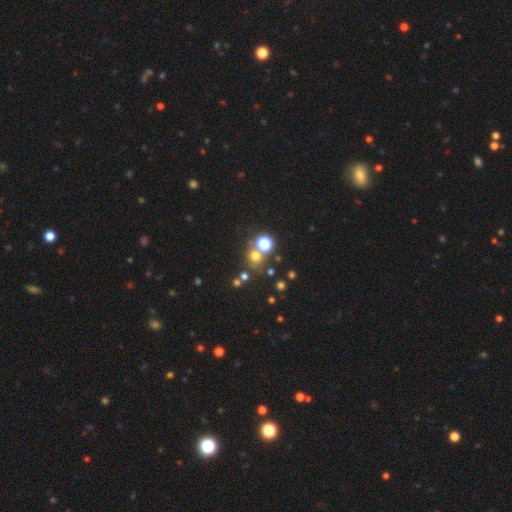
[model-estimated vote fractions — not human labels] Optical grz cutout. It shows a smooth galaxy with no disk features (58%) that is round (84%). Merging: none (66%).